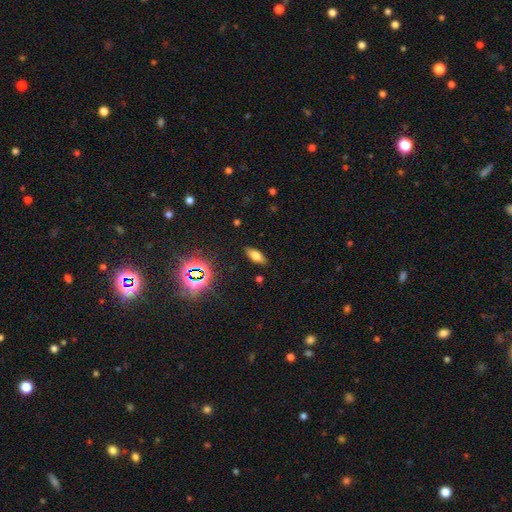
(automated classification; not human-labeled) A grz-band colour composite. It shows a smooth galaxy with no disk features (66%) that is in between round and cigar-shaped (78%). Merging: none (87%).